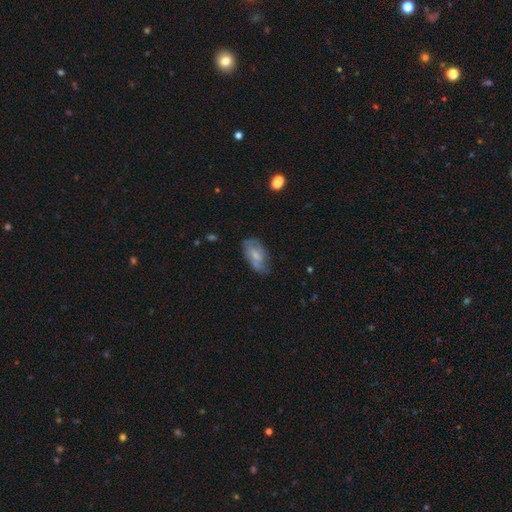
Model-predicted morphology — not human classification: Smooth or featured?
  - featured or disk: 53% *
  - smooth: 40%
  - star or artifact: 8%
Edge-on disk?
  - no: 94% *
  - yes: 6%
Merging?
  - none: 60% *
  - minor disturbance: 27%
  - major disturbance: 10%
  - merger: 2%